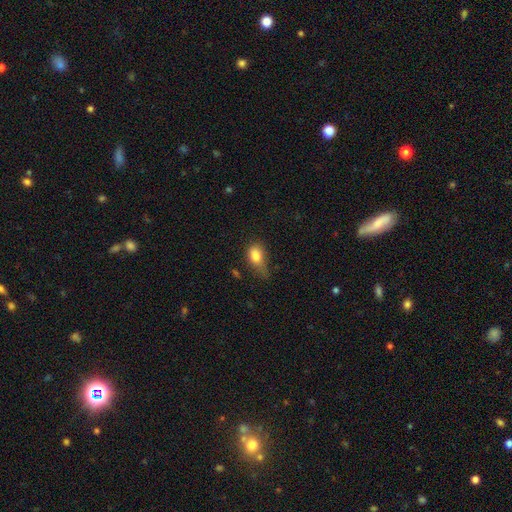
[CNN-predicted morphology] This appears to be a smooth galaxy with no disk features (81%) that is in between round and cigar-shaped (81%). Merging: minor disturbance (41%).